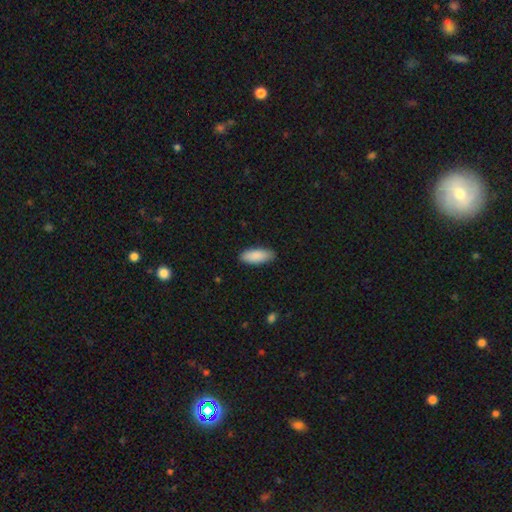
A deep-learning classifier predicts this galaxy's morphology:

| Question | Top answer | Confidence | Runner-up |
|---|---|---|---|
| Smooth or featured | smooth | 90% | star or artifact (6%) |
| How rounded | in between | 78% | cigar-shaped (20%) |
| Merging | none | 87% | minor disturbance (10%) |